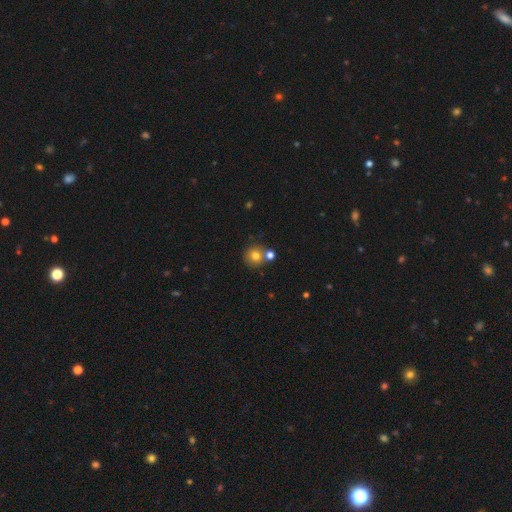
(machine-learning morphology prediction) Smooth or featured: smooth — 77% (star or artifact — 13%)
How rounded: round — 91% (in between — 8%)
Merging: none — 67% (merger — 22%)